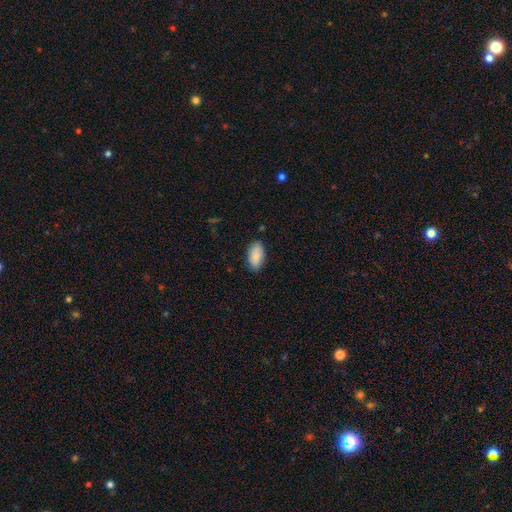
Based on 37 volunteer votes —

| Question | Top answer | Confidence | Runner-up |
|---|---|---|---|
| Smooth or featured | smooth | 92% | star or artifact (5%) |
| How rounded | in between | 91% | cigar-shaped (9%) |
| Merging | none | 83% | minor disturbance (9%) |